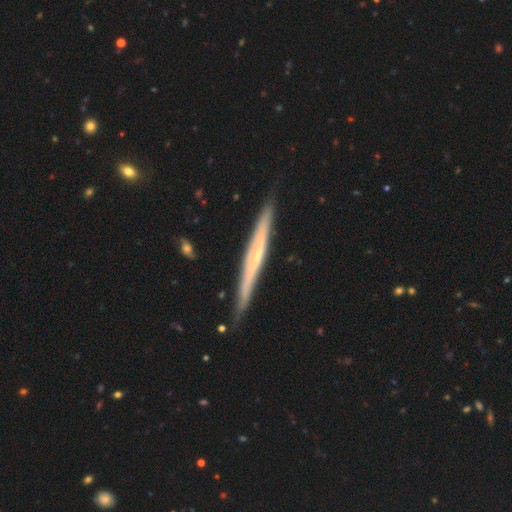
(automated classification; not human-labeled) Smooth or featured? featured or disk (70%)
Edge-on disk? yes (95%)
Edge-on bulge? none (60%)
Merging? none (87%)